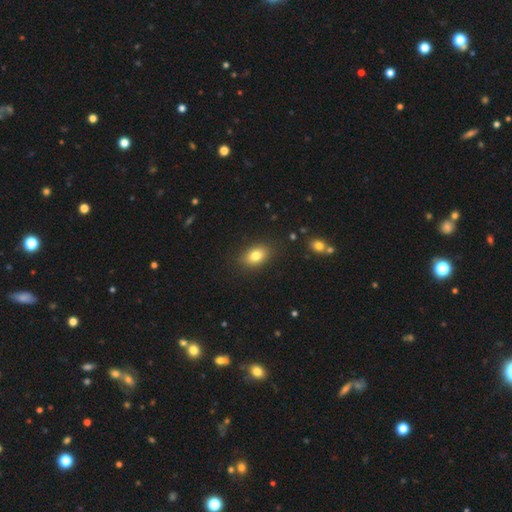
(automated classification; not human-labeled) Smooth or featured? smooth (81%)
How rounded? in between (84%)
Merging? none (86%)